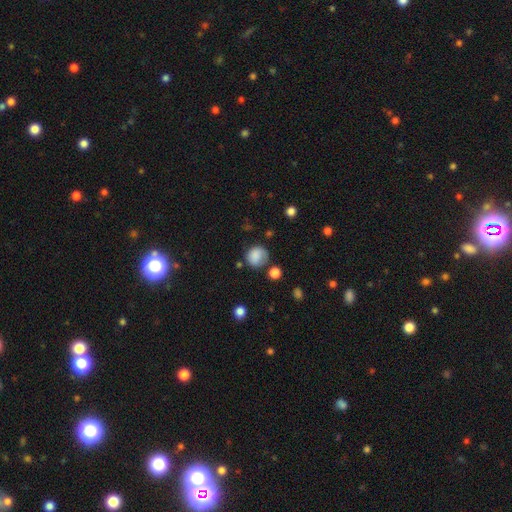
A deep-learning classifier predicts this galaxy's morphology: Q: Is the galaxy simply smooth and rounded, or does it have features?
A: smooth — 75%.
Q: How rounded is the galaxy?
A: round — 83%.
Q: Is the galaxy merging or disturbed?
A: none — 60%.